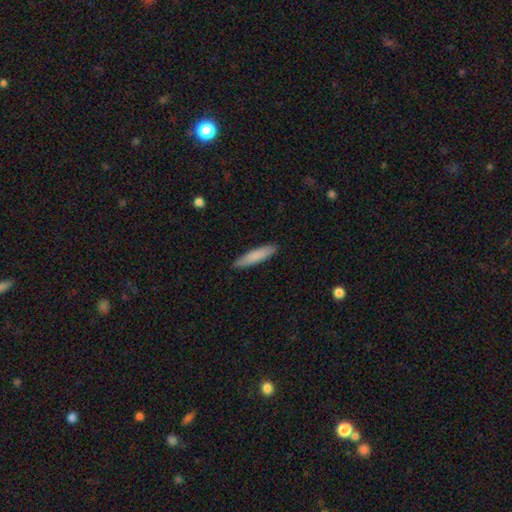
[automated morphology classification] Smooth or featured: smooth — 81% (featured or disk — 13%)
How rounded: cigar-shaped — 86% (in between — 13%)
Merging: none — 89% (minor disturbance — 8%)